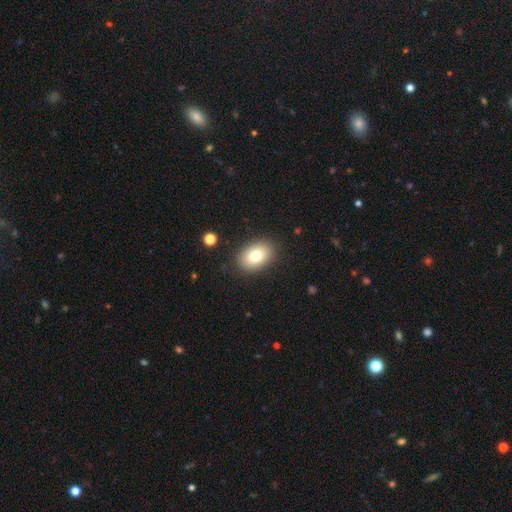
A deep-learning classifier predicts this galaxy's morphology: A smooth galaxy with no disk features (79%) that is in between round and cigar-shaped (81%). Merging: none (88%).